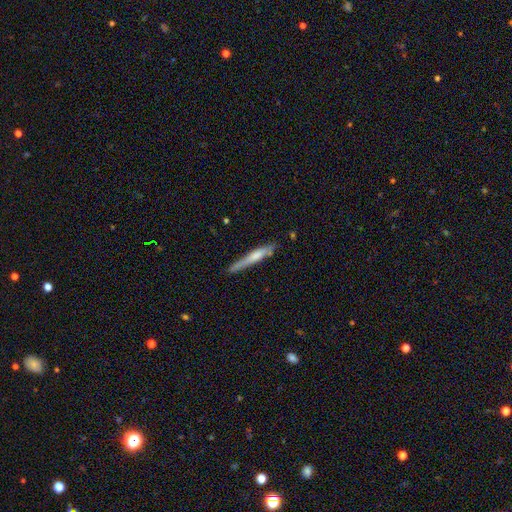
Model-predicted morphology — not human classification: Smooth or featured? smooth (47%, tied with featured or disk)
Merging? none (80%)